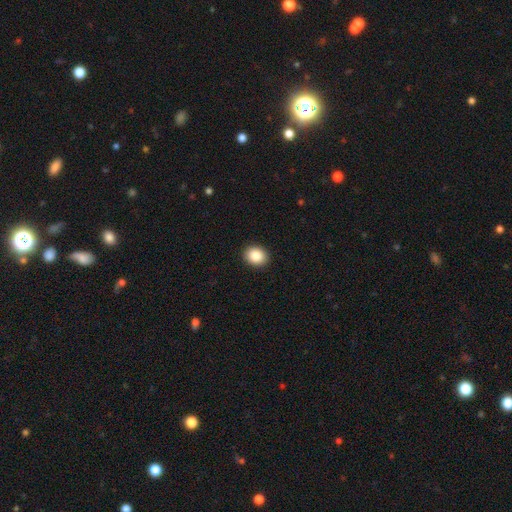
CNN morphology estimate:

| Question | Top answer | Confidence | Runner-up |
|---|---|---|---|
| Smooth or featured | smooth | 87% | star or artifact (9%) |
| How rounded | round | 54% | in between (45%) |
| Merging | none | 92% | minor disturbance (6%) |